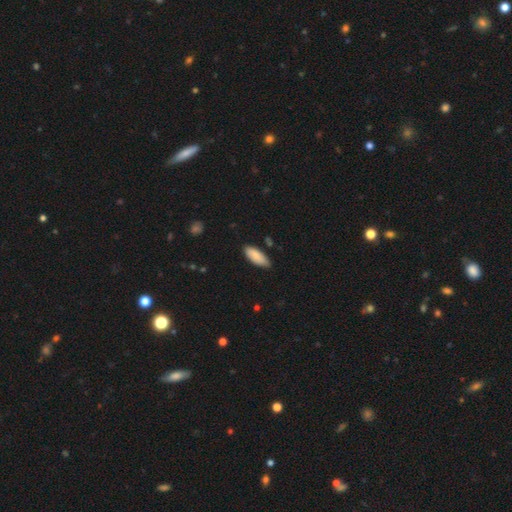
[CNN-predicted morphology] A smooth galaxy with no disk features (85%) that is in between round and cigar-shaped (79%). Merging: none (78%).